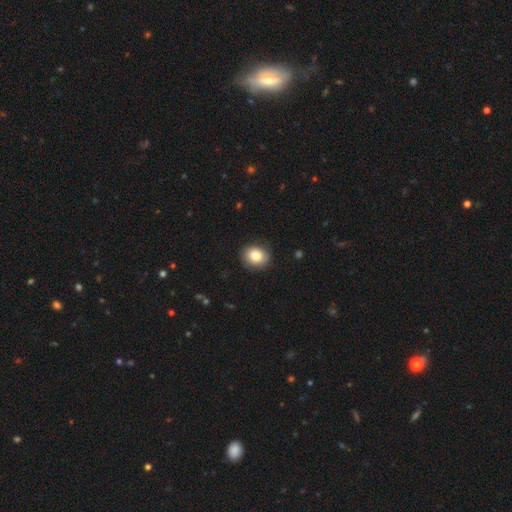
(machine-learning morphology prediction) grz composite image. It shows a smooth galaxy with no disk features (83%) that is round (63%). Merging: none (88%).